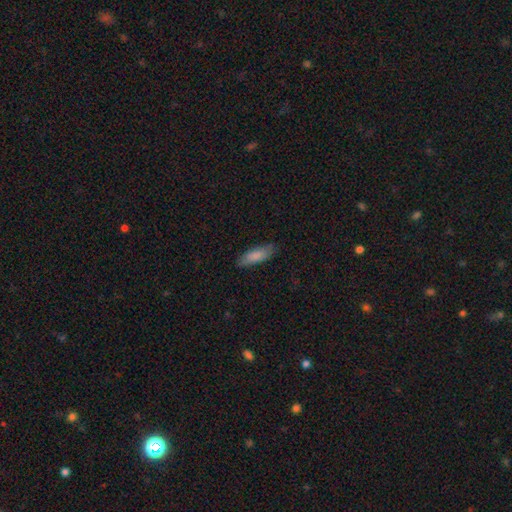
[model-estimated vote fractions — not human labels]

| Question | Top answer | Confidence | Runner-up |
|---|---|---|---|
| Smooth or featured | smooth | 85% | featured or disk (10%) |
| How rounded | in between | 59% | cigar-shaped (40%) |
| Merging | none | 83% | minor disturbance (14%) |